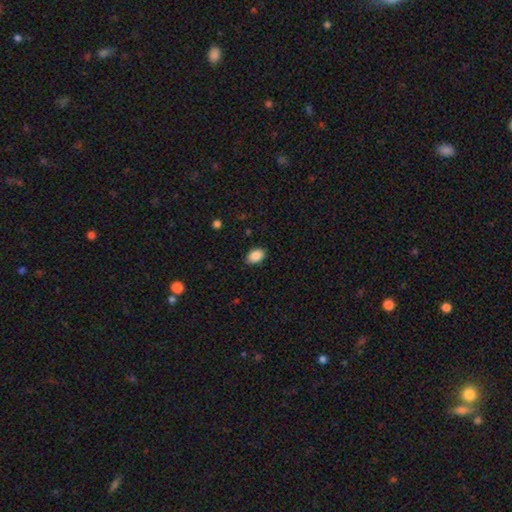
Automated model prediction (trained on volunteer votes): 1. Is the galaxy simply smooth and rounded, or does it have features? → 88% smooth, 8% star or artifact, 4% featured or disk.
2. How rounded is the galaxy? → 86% in between, 13% round, 1% cigar-shaped.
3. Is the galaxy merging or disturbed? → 85% none, 12% minor disturbance, 2% major disturbance, 1% merger.